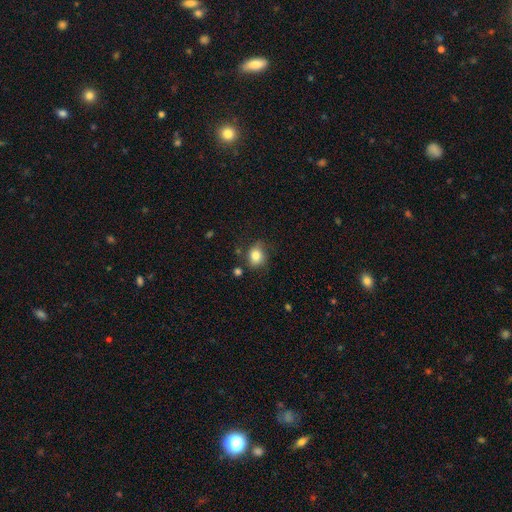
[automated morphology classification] Smooth or featured? smooth (81%)
How rounded? round (60%)
Merging? none (68%)